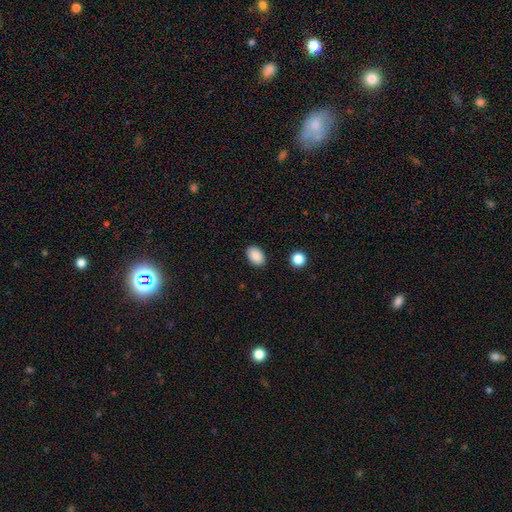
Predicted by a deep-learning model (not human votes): smooth_or_featured: smooth (p=0.89) [alt: star or artifact p=0.08]
how_rounded: in between (p=0.87) [alt: round p=0.12]
merging: none (p=0.88) [alt: minor disturbance p=0.08]